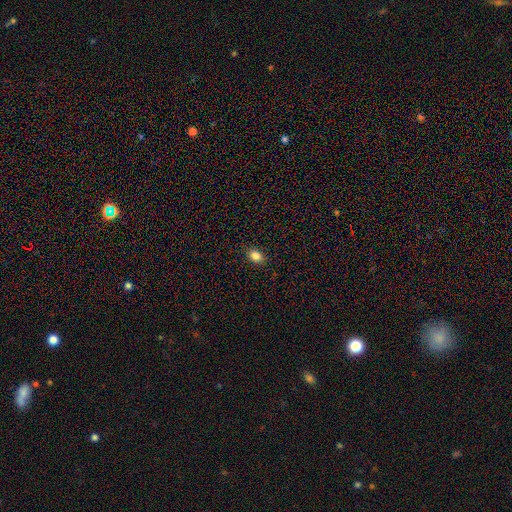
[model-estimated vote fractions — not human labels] This appears to be a smooth galaxy with no disk features (83%) that is in between round and cigar-shaped (67%). Merging: none (89%).